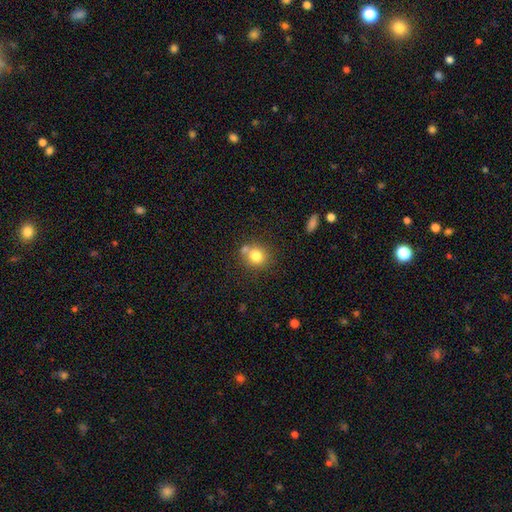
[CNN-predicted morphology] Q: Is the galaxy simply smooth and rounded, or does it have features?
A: smooth — 78%.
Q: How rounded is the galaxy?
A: round — 79%.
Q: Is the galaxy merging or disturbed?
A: none — 60%.